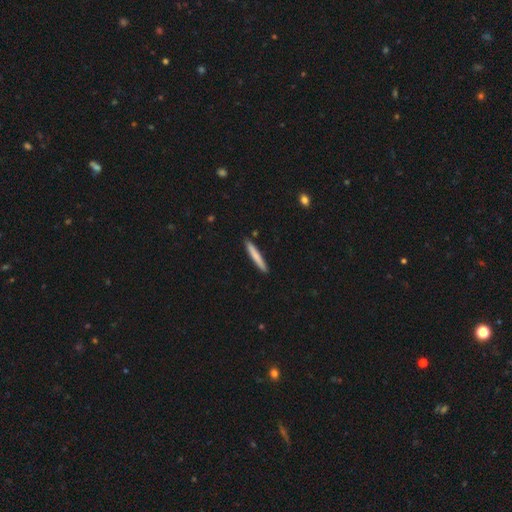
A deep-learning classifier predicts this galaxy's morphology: A smooth galaxy with no disk features (76%) that is cigar-shaped (96%).

Vote fractions:
- Smooth or featured? smooth: 76% / featured or disk: 19% / star or artifact: 5%
- How rounded? cigar-shaped: 96% / in between: 3% / round: 1%
- Merging? none: 90% / minor disturbance: 7% / merger: 1% / major disturbance: 1%